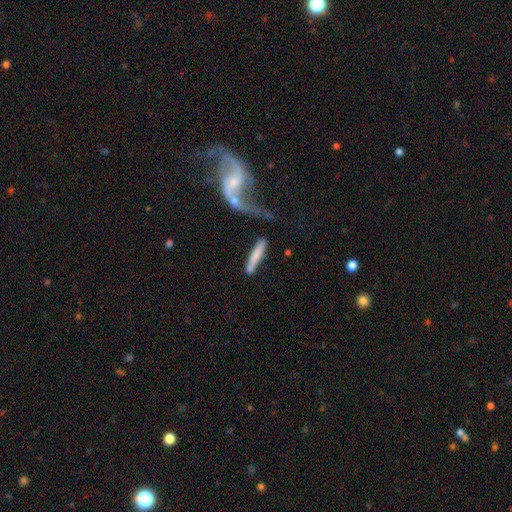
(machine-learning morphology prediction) Smooth or featured?
  - smooth: 66% *
  - featured or disk: 28%
  - star or artifact: 6%
How rounded?
  - cigar-shaped: 91% *
  - in between: 7%
  - round: 2%
Merging?
  - none: 53% *
  - merger: 20%
  - minor disturbance: 16%
  - major disturbance: 11%